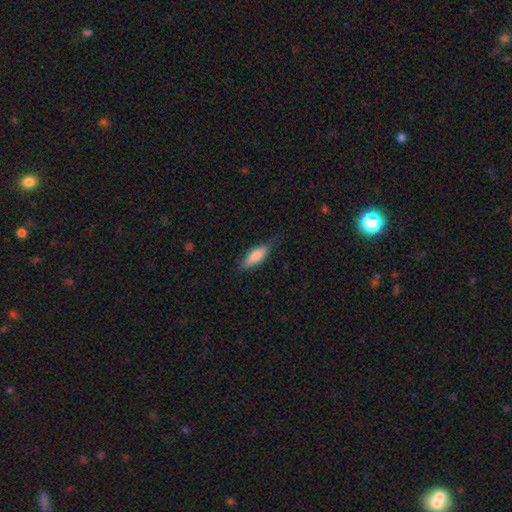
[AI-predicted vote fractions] A smooth galaxy with no disk features (82%) that is in between round and cigar-shaped (61%).

Vote fractions:
- Smooth or featured? smooth: 82% / featured or disk: 12% / star or artifact: 6%
- How rounded? in between: 61% / cigar-shaped: 38% / round: 2%
- Merging? none: 76% / minor disturbance: 19% / major disturbance: 4% / merger: 1%